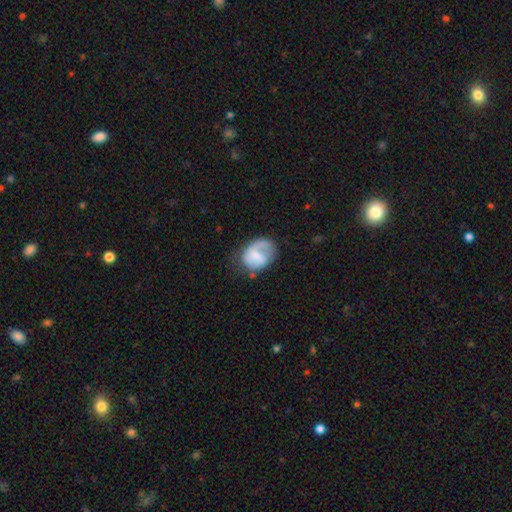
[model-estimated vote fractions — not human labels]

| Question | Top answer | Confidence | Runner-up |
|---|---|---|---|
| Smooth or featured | smooth | 49% | featured or disk (44%) |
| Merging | none | 43% | minor disturbance (28%) |